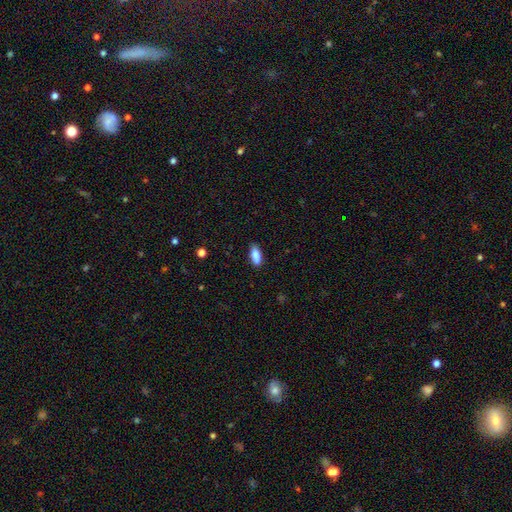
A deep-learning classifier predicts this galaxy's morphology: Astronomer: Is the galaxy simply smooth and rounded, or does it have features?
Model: smooth — 84%.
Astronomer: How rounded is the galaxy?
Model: in between — 78%.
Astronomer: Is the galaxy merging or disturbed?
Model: none — 75%.